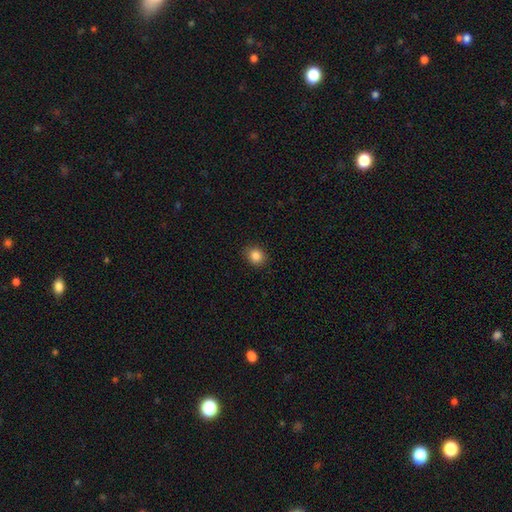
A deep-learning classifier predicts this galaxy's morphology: This is clearly a smooth galaxy (85%). How rounded: likely round (71%). Merging: clearly none (89%).